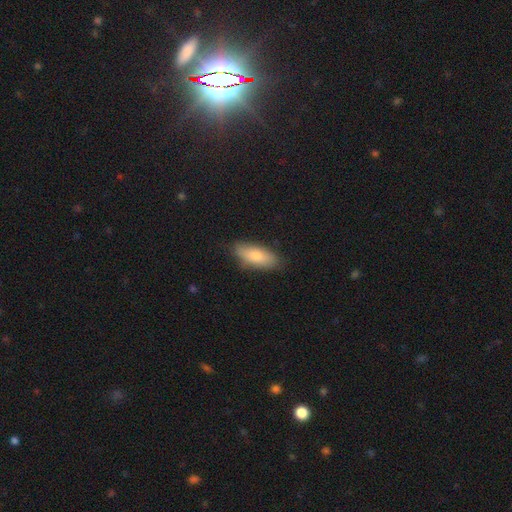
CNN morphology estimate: Smooth or featured? smooth (78%)
How rounded? in between (77%)
Merging? none (81%)